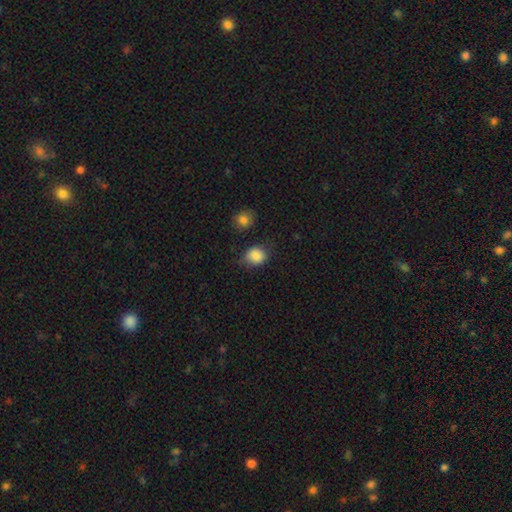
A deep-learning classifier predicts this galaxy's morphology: Smooth or featured: smooth — 85% (star or artifact — 9%)
How rounded: round — 64% (in between — 35%)
Merging: none — 63% (minor disturbance — 27%)